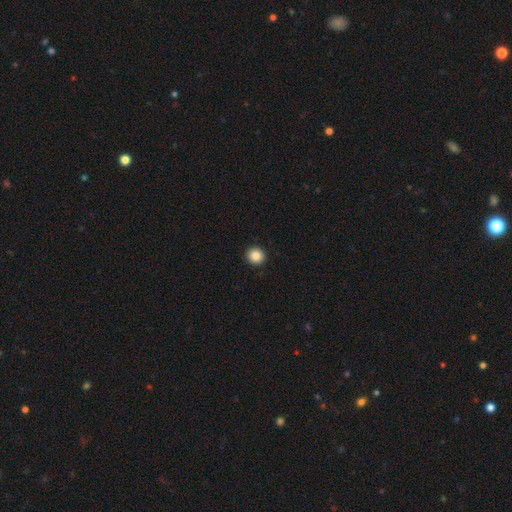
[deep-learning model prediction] Morphology: type=smooth (86%); roundness=round (90%); merging=none (93%).